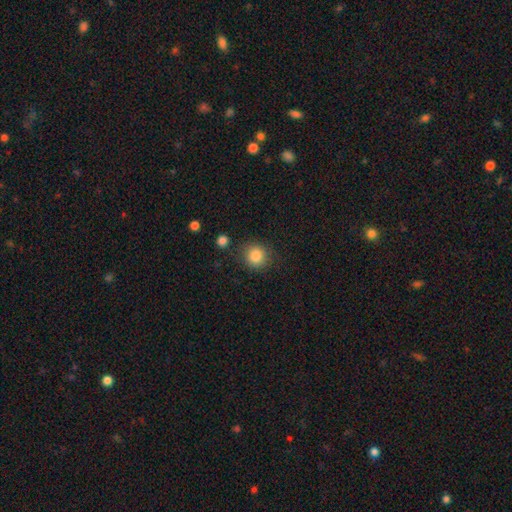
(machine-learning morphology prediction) smooth 85%, star or artifact 10%, featured or disk 5%. Down the decision tree: how rounded — round (86%); merging — none (83%).